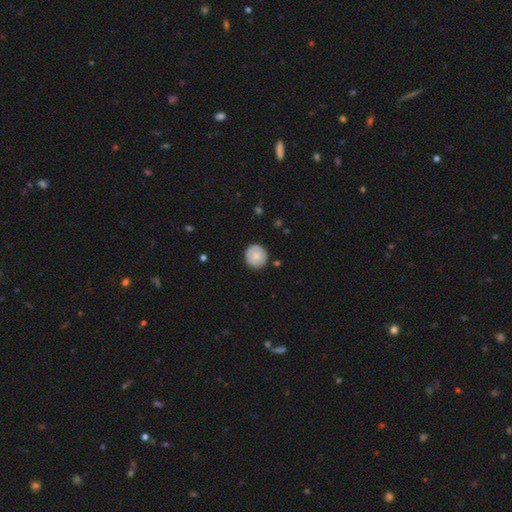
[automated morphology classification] Smooth or featured: smooth — 69% (featured or disk — 25%)
How rounded: round — 93% (in between — 6%)
Merging: none — 85% (minor disturbance — 11%)